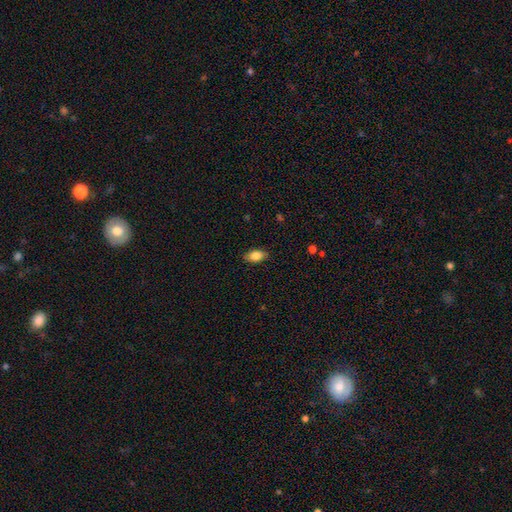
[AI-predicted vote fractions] This is clearly a smooth galaxy (84%). How rounded: clearly in between (89%). Merging: clearly none (85%).